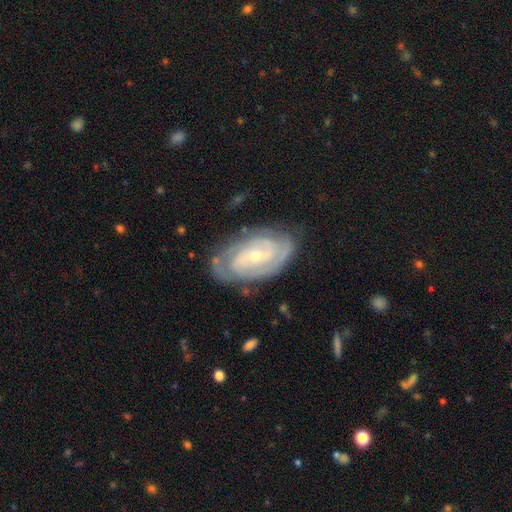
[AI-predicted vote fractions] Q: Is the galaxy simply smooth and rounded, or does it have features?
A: featured or disk — 86%.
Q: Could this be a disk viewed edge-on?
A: no — 96%.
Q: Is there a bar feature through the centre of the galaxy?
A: no — 48%.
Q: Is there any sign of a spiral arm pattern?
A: yes — 95%.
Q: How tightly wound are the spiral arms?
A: tight — 67%.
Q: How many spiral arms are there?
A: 2 — 48%.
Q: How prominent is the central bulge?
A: small — 64%.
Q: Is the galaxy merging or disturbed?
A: none — 75%.